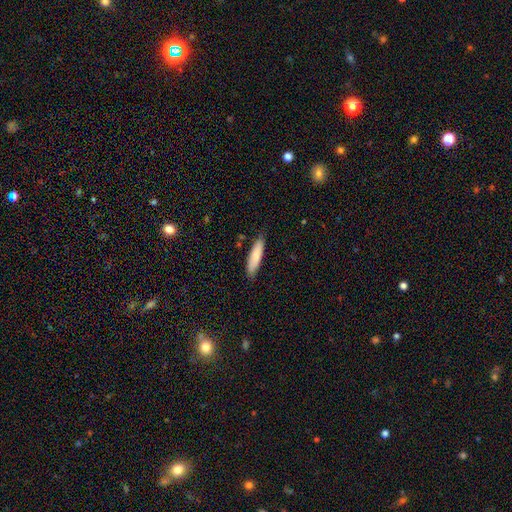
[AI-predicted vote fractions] Smooth or featured? smooth (84%)
How rounded? cigar-shaped (74%)
Merging? none (85%)